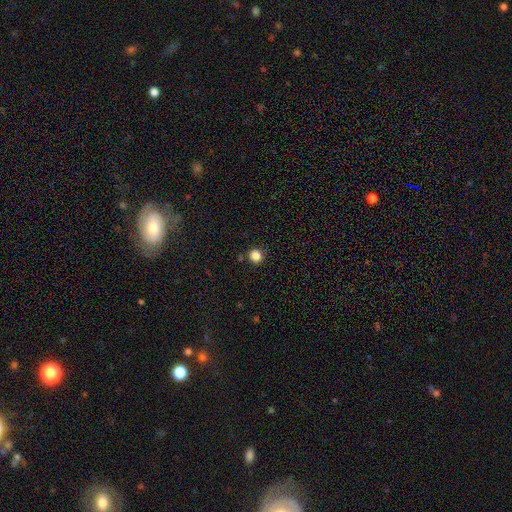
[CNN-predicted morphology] Smooth or featured? smooth (84%)
How rounded? round (94%)
Merging? none (89%)